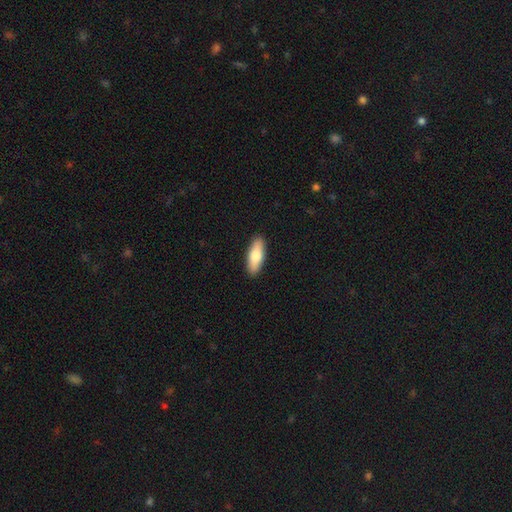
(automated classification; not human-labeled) Smooth or featured? smooth (76%)
How rounded? in between (64%)
Merging? none (91%)